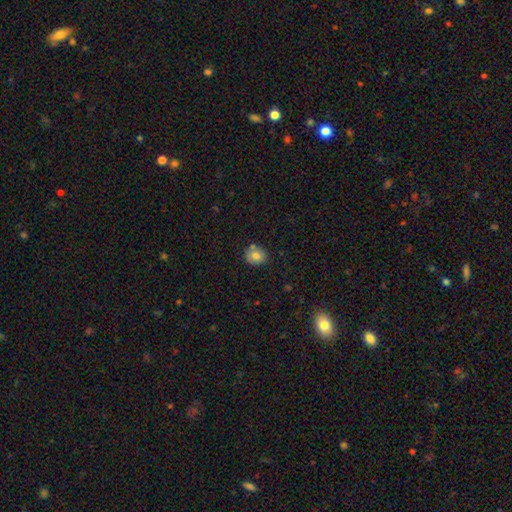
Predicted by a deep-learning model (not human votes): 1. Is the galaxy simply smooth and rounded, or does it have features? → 75% smooth, 15% featured or disk, 10% star or artifact.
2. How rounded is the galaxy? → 76% round, 23% in between, 1% cigar-shaped.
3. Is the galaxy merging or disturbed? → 72% none, 16% minor disturbance, 9% merger, 3% major disturbance.